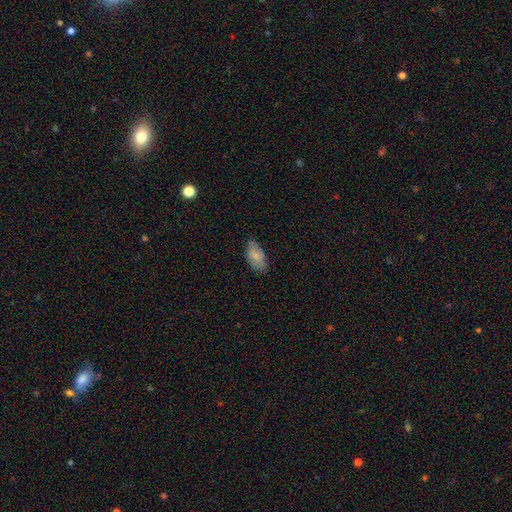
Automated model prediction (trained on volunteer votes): Overall: smooth (78%). How rounded: in between (94%). Merging: none (69%).